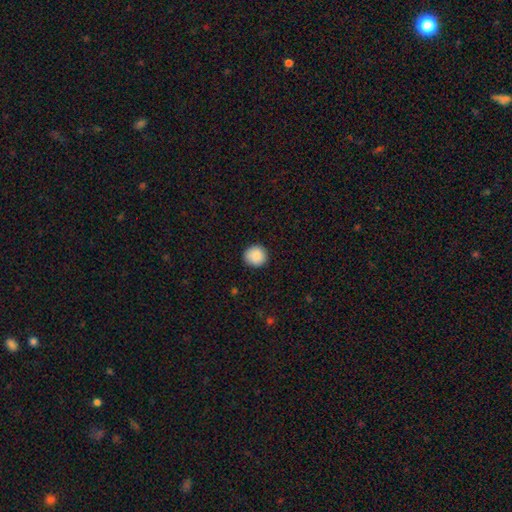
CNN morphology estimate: smooth-or-featured: smooth: 89% | star or artifact: 8% | featured or disk: 3%
  how-rounded: round: 92% | in between: 7% | cigar-shaped: 1%
  merging: none: 91% | minor disturbance: 6% | major disturbance: 2% | merger: 1%